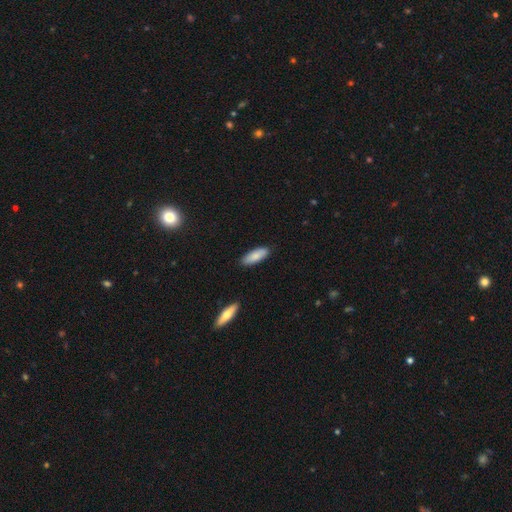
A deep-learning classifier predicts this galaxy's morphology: Overall: smooth (85%). How rounded: in between (67%; cigar-shaped 32%). Merging: none (87%).